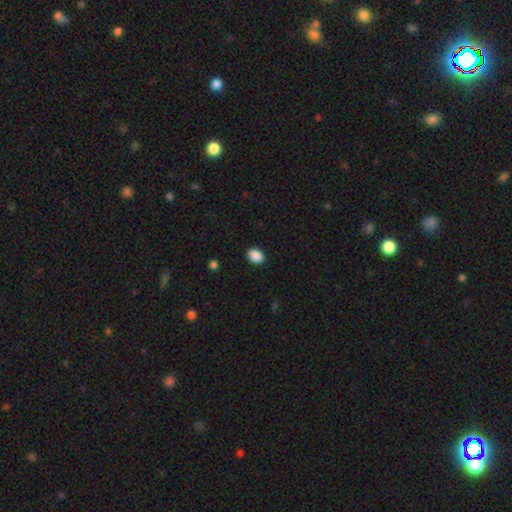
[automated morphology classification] A smooth galaxy with no disk features (89%) that is in between round and cigar-shaped (70%).

Vote fractions:
- Smooth or featured? smooth: 89% / star or artifact: 8% / featured or disk: 3%
- How rounded? in between: 70% / round: 29% / cigar-shaped: 1%
- Merging? none: 90% / minor disturbance: 7% / major disturbance: 2% / merger: 1%